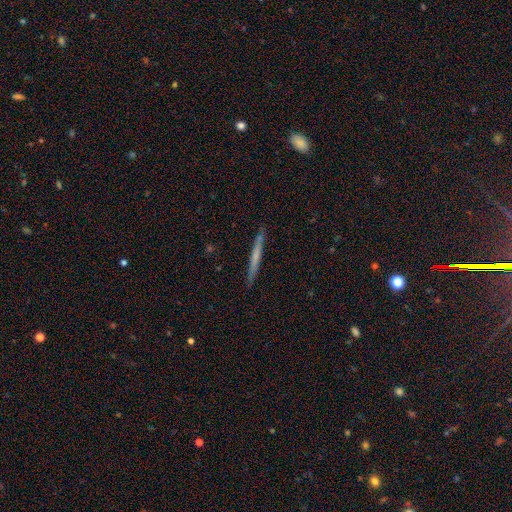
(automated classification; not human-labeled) This is possibly a smooth galaxy (53%). How rounded: clearly cigar-shaped (97%). Merging: clearly none (90%).